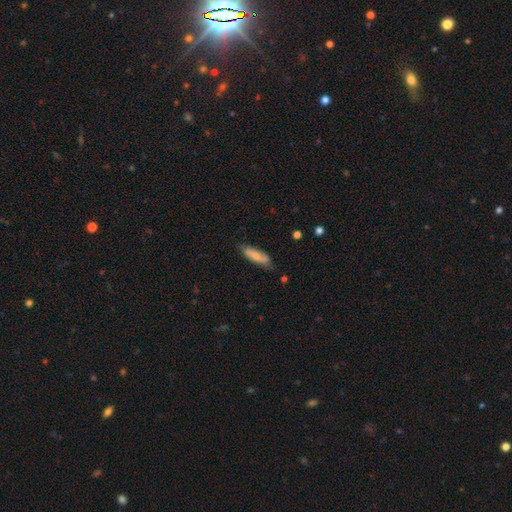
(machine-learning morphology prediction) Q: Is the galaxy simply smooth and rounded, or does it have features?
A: smooth — 69%.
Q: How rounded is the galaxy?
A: cigar-shaped — 50%.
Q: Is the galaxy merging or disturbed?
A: none — 72%.